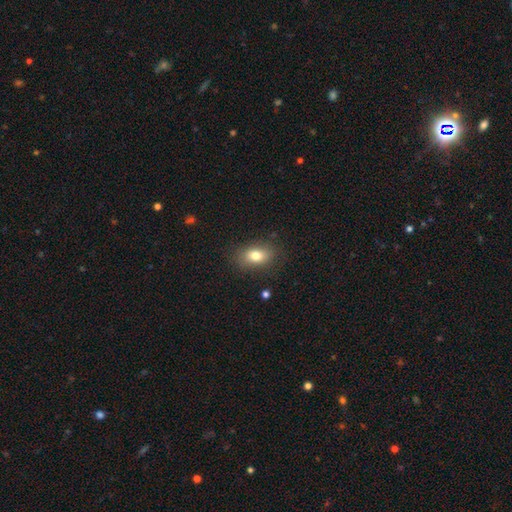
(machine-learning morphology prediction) Smooth or featured: smooth — 79% (featured or disk — 12%)
How rounded: in between — 83% (round — 15%)
Merging: none — 82% (minor disturbance — 13%)